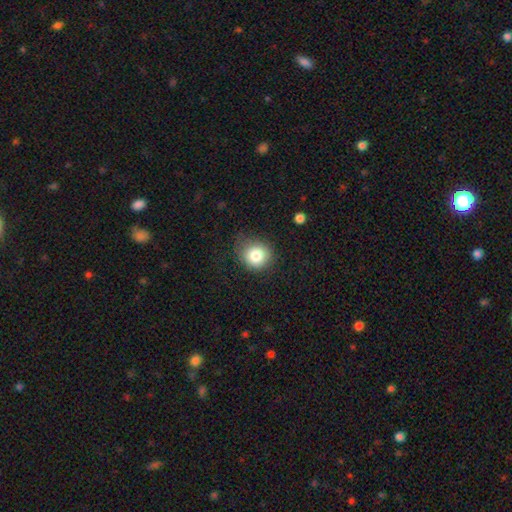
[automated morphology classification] A smooth galaxy with no disk features (82%) that is round (84%). Merging: none (72%).